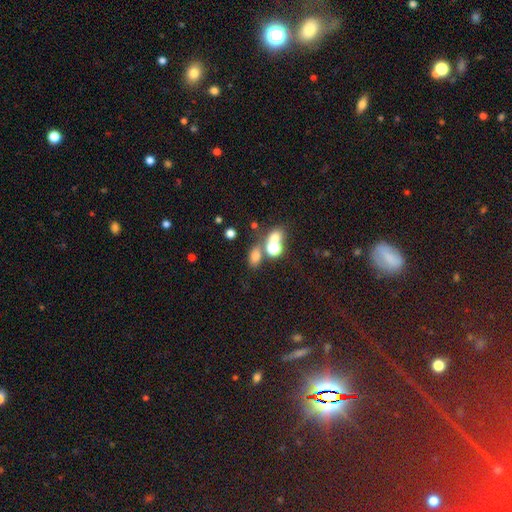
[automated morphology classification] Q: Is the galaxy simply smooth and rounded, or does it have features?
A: smooth — 67%.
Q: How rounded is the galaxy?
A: in between — 66%.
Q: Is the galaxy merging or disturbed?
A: none — 55%.